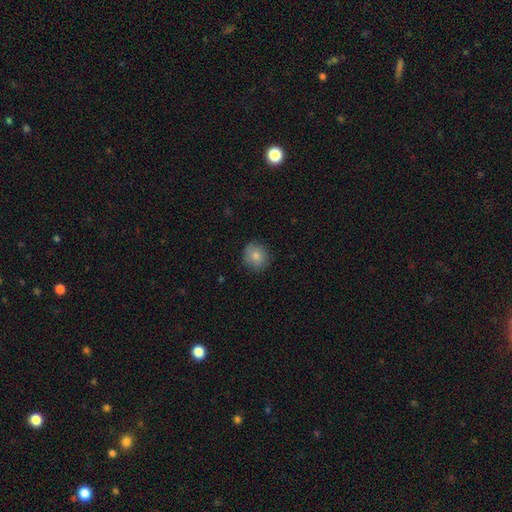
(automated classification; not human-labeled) Smooth or featured?
  - smooth: 83% *
  - star or artifact: 9%
  - featured or disk: 8%
How rounded?
  - round: 80% *
  - in between: 19%
  - cigar-shaped: 1%
Merging?
  - none: 86% *
  - minor disturbance: 11%
  - major disturbance: 2%
  - merger: 1%